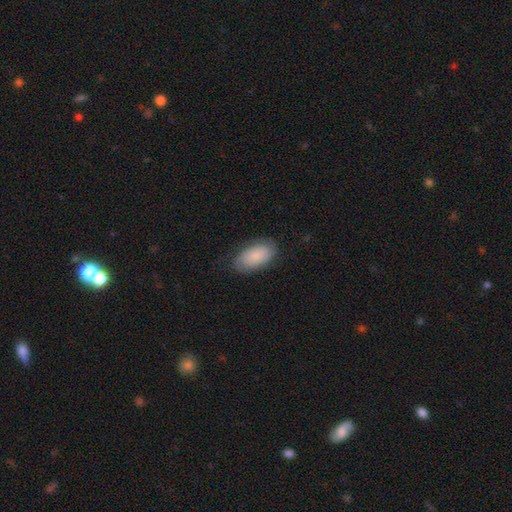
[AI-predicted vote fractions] This appears to be a smooth galaxy with no disk features (73%) that is in between round and cigar-shaped (94%). Merging: none (76%).